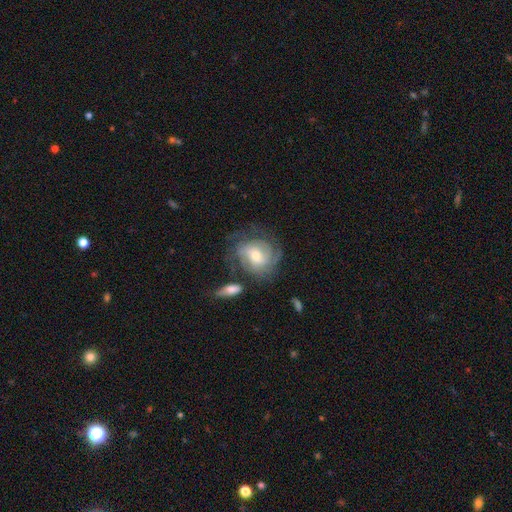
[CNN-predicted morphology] smooth_or_featured: featured or disk (p=0.76) [alt: smooth p=0.17]
disk_edge_on: no (p=0.96) [alt: yes p=0.04]
bar: no (p=0.53) [alt: weak p=0.39]
has_spiral_arms: yes (p=0.91) [alt: no p=0.09]
spiral_winding: tight (p=0.61) [alt: medium p=0.29]
spiral_arm_count: can't tell (p=0.41) [alt: 3 p=0.20]
bulge_size: moderate (p=0.54) [alt: small p=0.40]
merging: none (p=0.61) [alt: minor disturbance p=0.20]